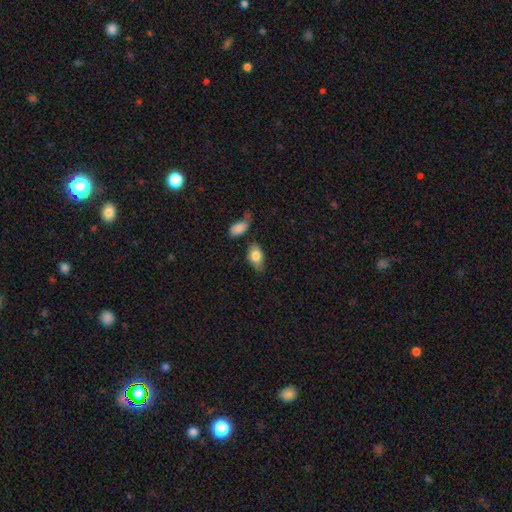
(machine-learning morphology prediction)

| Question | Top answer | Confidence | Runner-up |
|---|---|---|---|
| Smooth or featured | smooth | 81% | featured or disk (12%) |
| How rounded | in between | 89% | round (9%) |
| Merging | none | 59% | minor disturbance (26%) |